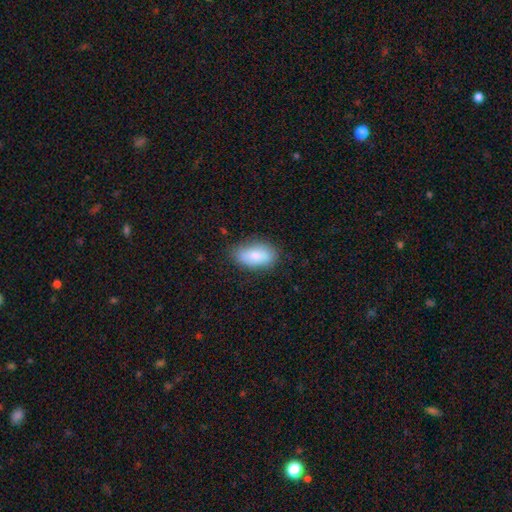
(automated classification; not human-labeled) Smooth or featured? smooth (81%)
How rounded? in between (92%)
Merging? none (77%)